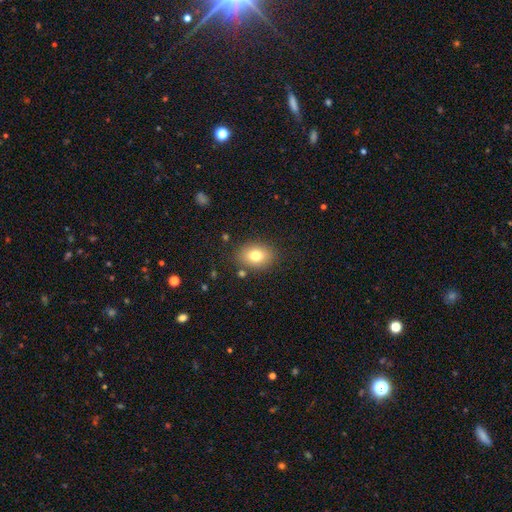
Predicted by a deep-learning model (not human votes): This is likely a smooth galaxy (77%). How rounded: likely in between (68%). Merging: clearly none (83%).